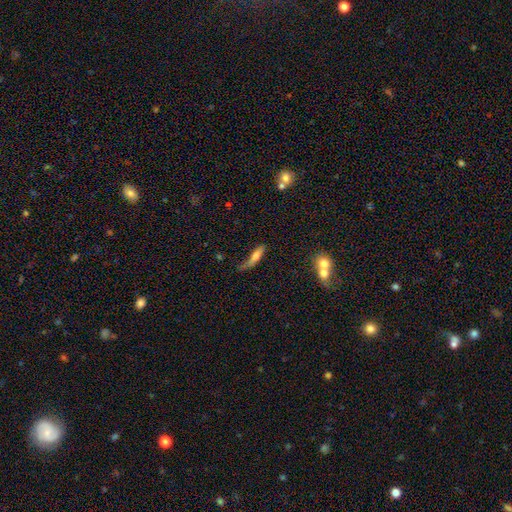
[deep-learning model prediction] smooth_or_featured: smooth (p=0.58) [alt: featured or disk p=0.33]
how_rounded: cigar-shaped (p=0.68) [alt: in between p=0.29]
merging: none (p=0.33) [alt: minor disturbance p=0.28]